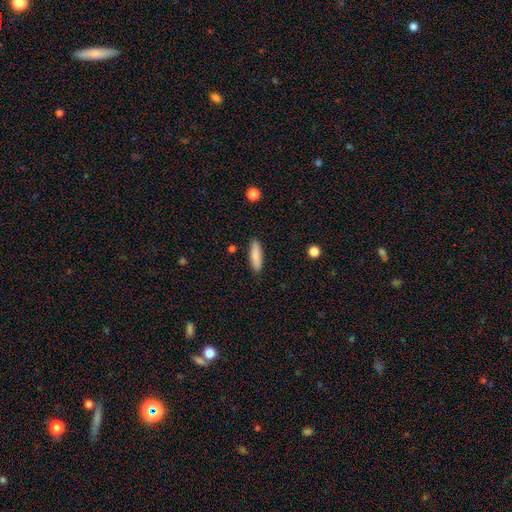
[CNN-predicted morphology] Smooth or featured?
  - smooth: 86% *
  - featured or disk: 8%
  - star or artifact: 6%
How rounded?
  - cigar-shaped: 63% *
  - in between: 36%
  - round: 2%
Merging?
  - none: 88% *
  - minor disturbance: 8%
  - major disturbance: 2%
  - merger: 1%